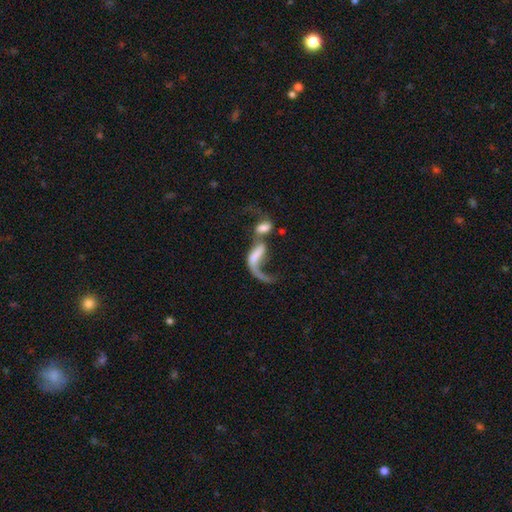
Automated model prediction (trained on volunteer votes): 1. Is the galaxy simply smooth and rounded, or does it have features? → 56% featured or disk, 34% smooth, 10% star or artifact.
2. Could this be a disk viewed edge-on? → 93% no, 7% yes.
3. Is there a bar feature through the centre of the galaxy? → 55% no, 25% weak, 20% strong.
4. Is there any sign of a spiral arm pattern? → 64% yes, 36% no.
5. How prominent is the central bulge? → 51% none, 16% small, 14% moderate, 13% large, 6% dominant.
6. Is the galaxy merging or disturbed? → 65% merger, 20% major disturbance, 11% none, 5% minor disturbance.